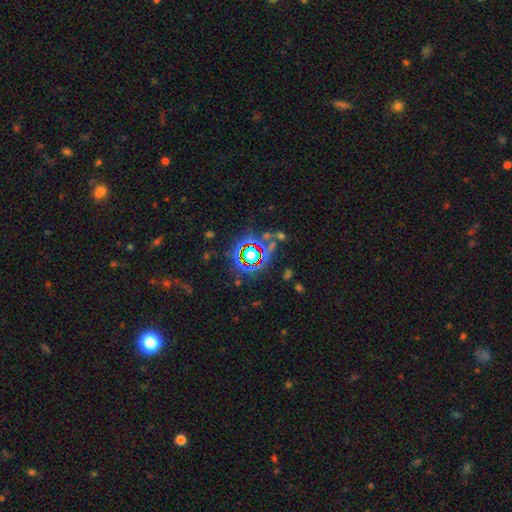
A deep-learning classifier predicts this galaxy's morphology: Overall: star or artifact (74%).